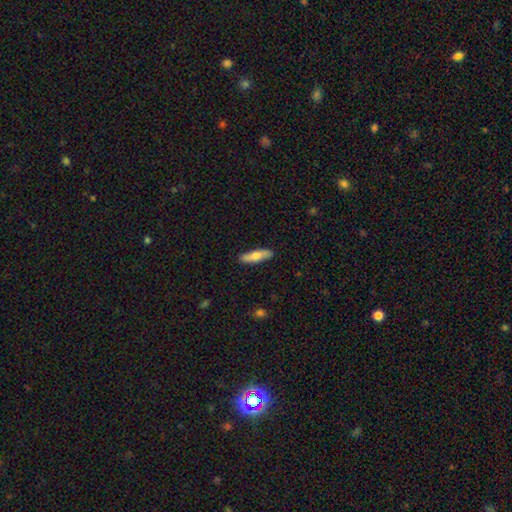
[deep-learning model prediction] Overall: smooth (72%). How rounded: cigar-shaped (67%; in between 31%). Merging: none (88%).